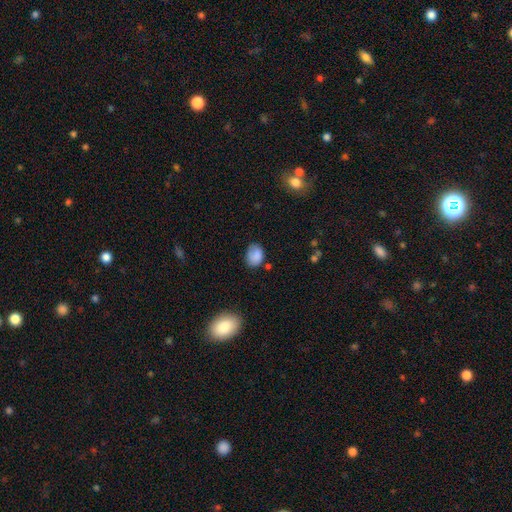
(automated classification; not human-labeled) Q: Smooth or featured?
A: smooth (83%); runner-up: star or artifact (9%)
Q: How rounded?
A: in between (67%); runner-up: round (32%)
Q: Merging?
A: none (62%); runner-up: minor disturbance (28%)